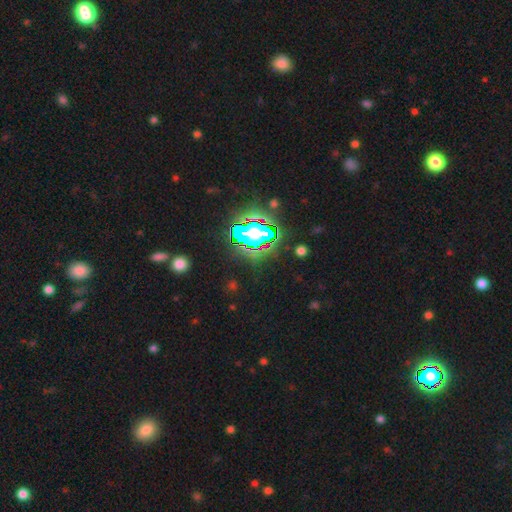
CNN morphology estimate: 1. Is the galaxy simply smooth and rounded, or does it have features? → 79% star or artifact, 13% smooth, 8% featured or disk.